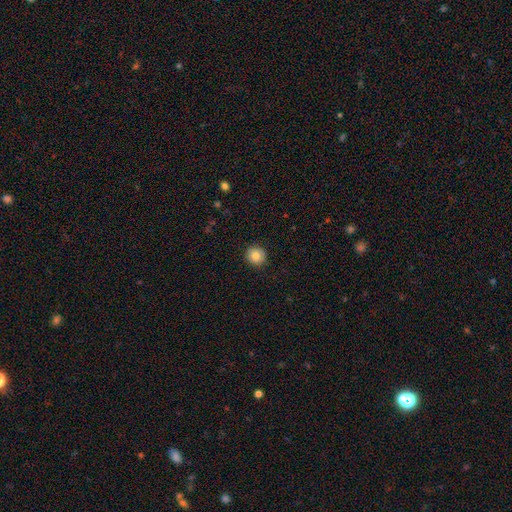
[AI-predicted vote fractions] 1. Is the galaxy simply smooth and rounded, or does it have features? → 83% smooth, 9% star or artifact, 8% featured or disk.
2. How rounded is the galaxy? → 93% round, 6% in between, 1% cigar-shaped.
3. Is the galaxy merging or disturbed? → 92% none, 6% minor disturbance, 2% major disturbance, 1% merger.